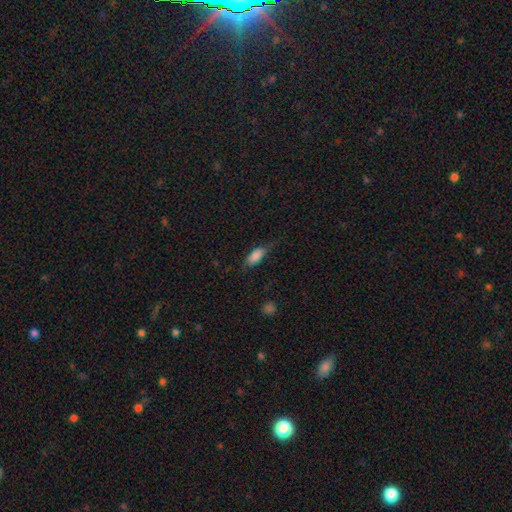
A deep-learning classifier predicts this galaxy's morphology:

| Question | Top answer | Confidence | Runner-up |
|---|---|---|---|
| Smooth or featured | smooth | 81% | featured or disk (11%) |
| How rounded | in between | 80% | cigar-shaped (17%) |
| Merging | none | 56% | minor disturbance (30%) |